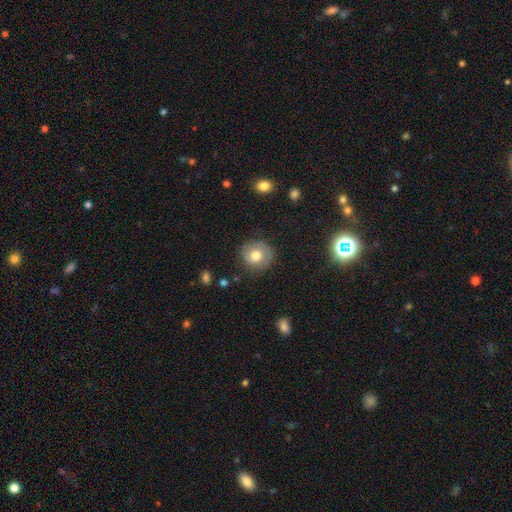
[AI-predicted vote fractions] smooth-or-featured: smooth: 65% | featured or disk: 26% | star or artifact: 9%
  how-rounded: round: 86% | in between: 13% | cigar-shaped: 1%
  merging: none: 78% | minor disturbance: 15% | major disturbance: 5% | merger: 1%